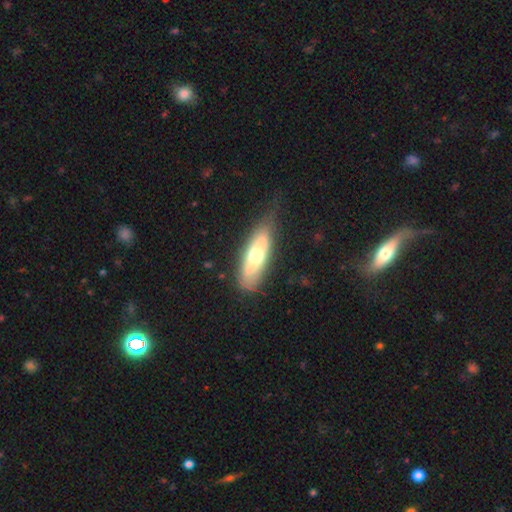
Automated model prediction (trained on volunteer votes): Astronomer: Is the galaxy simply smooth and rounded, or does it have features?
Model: smooth — 56% (runner-up: featured or disk, 38%).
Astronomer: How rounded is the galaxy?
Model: in between — 57% (runner-up: cigar-shaped, 41%).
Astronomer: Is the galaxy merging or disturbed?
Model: none — 63%.